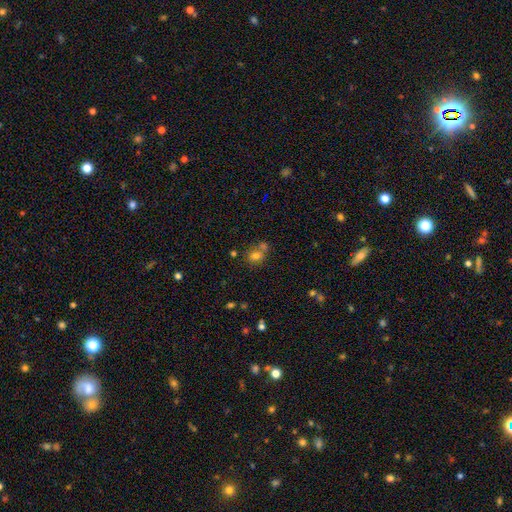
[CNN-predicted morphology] Smooth or featured?
  - smooth: 73% *
  - star or artifact: 15%
  - featured or disk: 11%
How rounded?
  - round: 66% *
  - in between: 33%
  - cigar-shaped: 1%
Merging?
  - none: 49% *
  - merger: 36%
  - minor disturbance: 11%
  - major disturbance: 5%